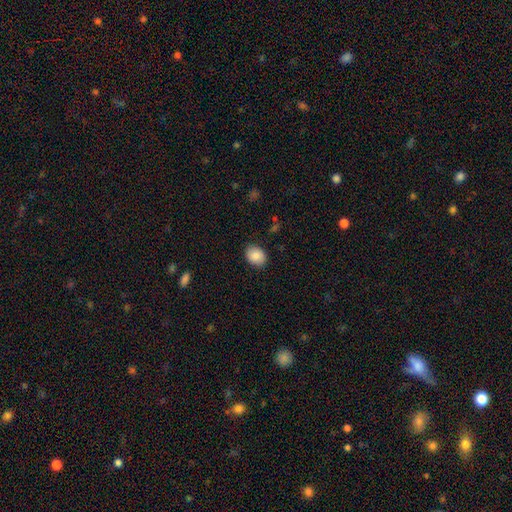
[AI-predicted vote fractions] Smooth or featured: smooth — 87% (star or artifact — 8%)
How rounded: in between — 61% (round — 38%)
Merging: none — 87% (minor disturbance — 10%)